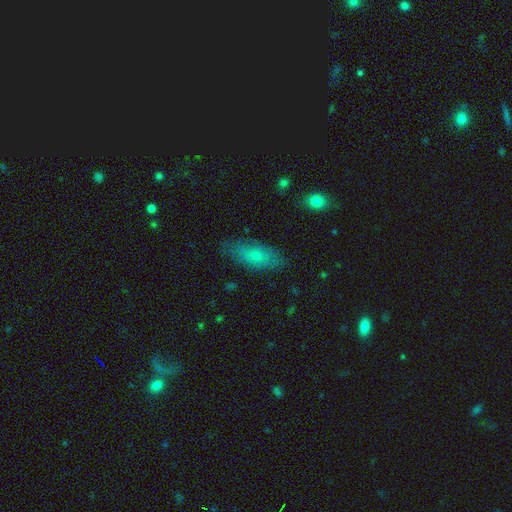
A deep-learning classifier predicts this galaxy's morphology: type=smooth (64%); roundness=in between (74%); merging=none (80%).